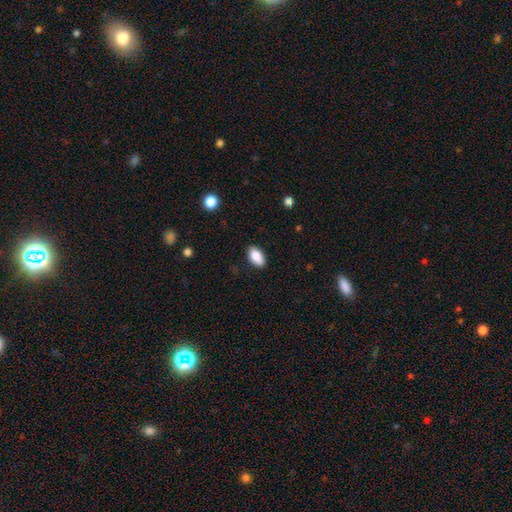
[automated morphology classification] The model was most divided on "smooth or featured": smooth: 85%, featured or disk: 8%, star or artifact: 7%. More confident: how rounded — in between (91%); merging — none (88%).